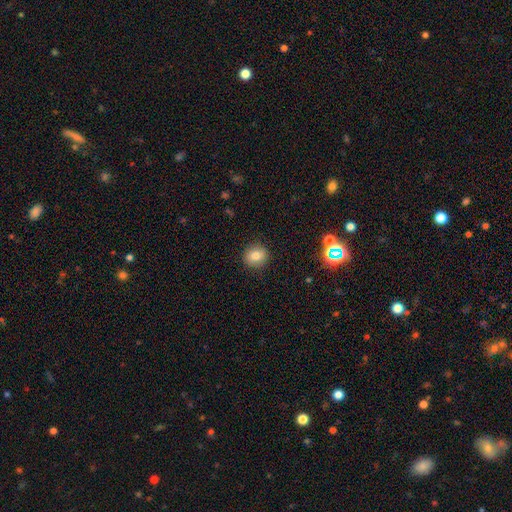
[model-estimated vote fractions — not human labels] Smooth or featured? smooth (80%)
How rounded? round (85%)
Merging? none (90%)